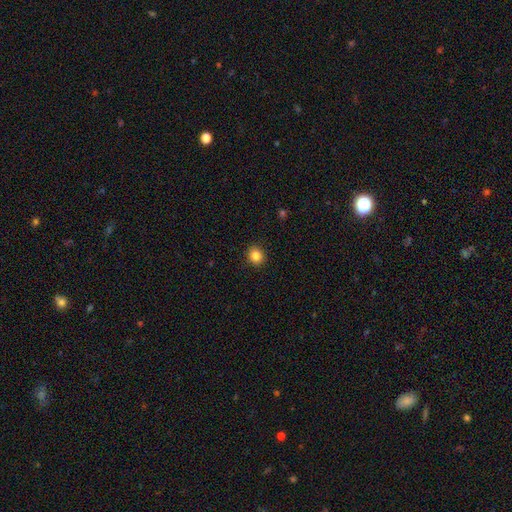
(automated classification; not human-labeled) A smooth galaxy with no disk features (85%) that is round (82%).

Vote fractions:
- Smooth or featured? smooth: 85% / star or artifact: 11% / featured or disk: 5%
- How rounded? round: 82% / in between: 17% / cigar-shaped: 1%
- Merging? none: 91% / minor disturbance: 6% / major disturbance: 2% / merger: 1%